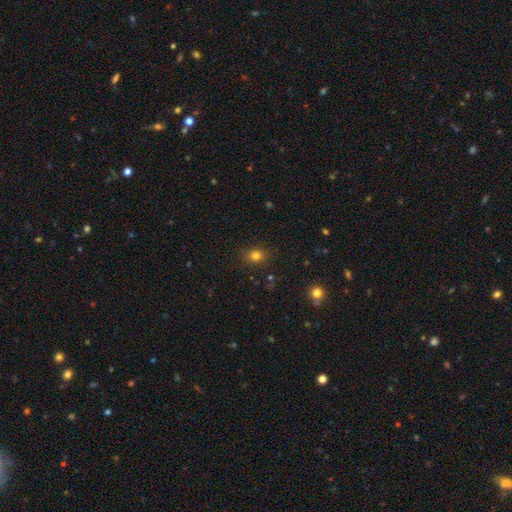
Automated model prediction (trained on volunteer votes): A smooth galaxy with no disk features (80%) that is round (69%). Merging: none (87%).